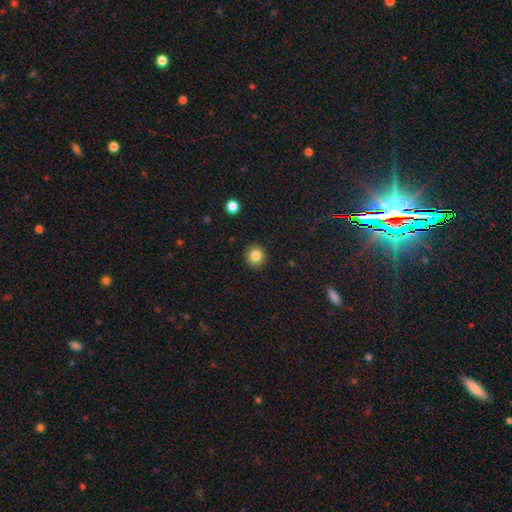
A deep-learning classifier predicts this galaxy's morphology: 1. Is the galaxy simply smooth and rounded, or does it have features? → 83% smooth, 10% star or artifact, 6% featured or disk.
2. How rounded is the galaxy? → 91% round, 9% in between, 1% cigar-shaped.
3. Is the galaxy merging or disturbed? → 91% none, 6% minor disturbance, 2% major disturbance, 1% merger.